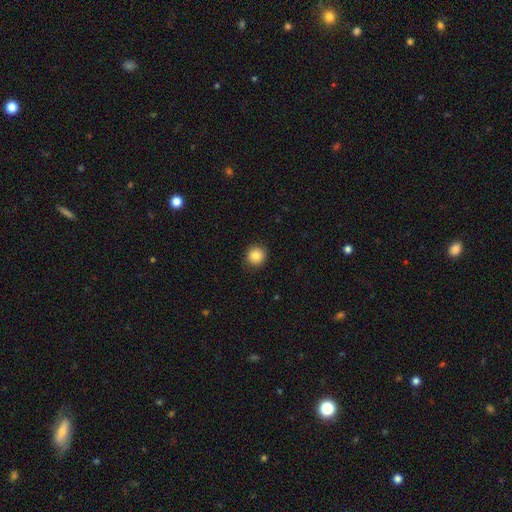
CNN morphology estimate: A smooth galaxy with no disk features (86%) that is round (92%).

Vote fractions:
- Smooth or featured? smooth: 86% / star or artifact: 9% / featured or disk: 5%
- How rounded? round: 92% / in between: 7% / cigar-shaped: 1%
- Merging? none: 90% / minor disturbance: 7% / major disturbance: 2% / merger: 1%